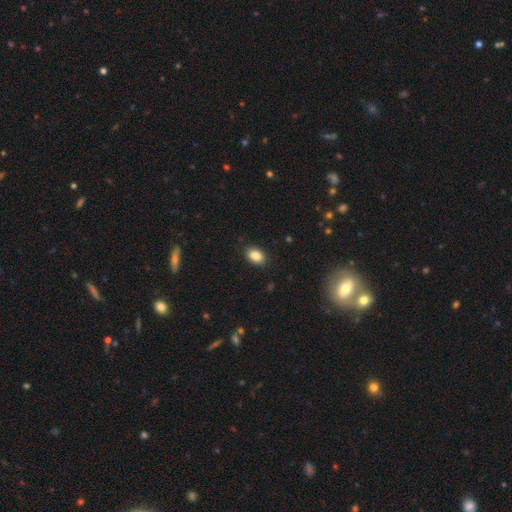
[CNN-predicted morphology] Smooth or featured: smooth — 85% (star or artifact — 9%)
How rounded: in between — 78% (round — 21%)
Merging: none — 88% (minor disturbance — 9%)